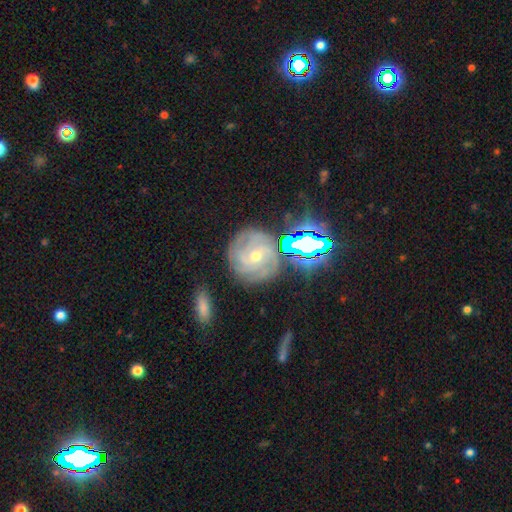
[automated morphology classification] The model was most divided on "spiral arm count": can't tell: 36%, 3: 22%, 2: 18%, 4: 10%, more than 4: 7%, 1: 7%. More confident: edge-on disk — no (95%); spiral arms — yes (90%); spiral winding — tight (75%); merging — none (72%); smooth or featured — featured or disk (60%); bulge size — small (56%); bar — no (56%).